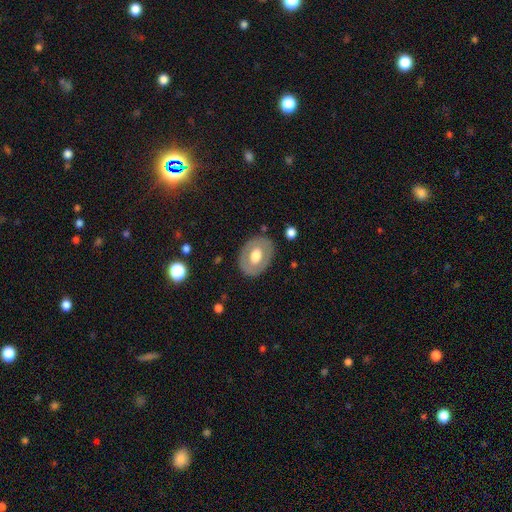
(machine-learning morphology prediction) A smooth galaxy with no disk features (53%) that is in between round and cigar-shaped (68%).

Vote fractions:
- Smooth or featured? smooth: 53% / featured or disk: 41% / star or artifact: 6%
- How rounded? in between: 68% / round: 31% / cigar-shaped: 1%
- Merging? none: 83% / minor disturbance: 12% / major disturbance: 4% / merger: 2%